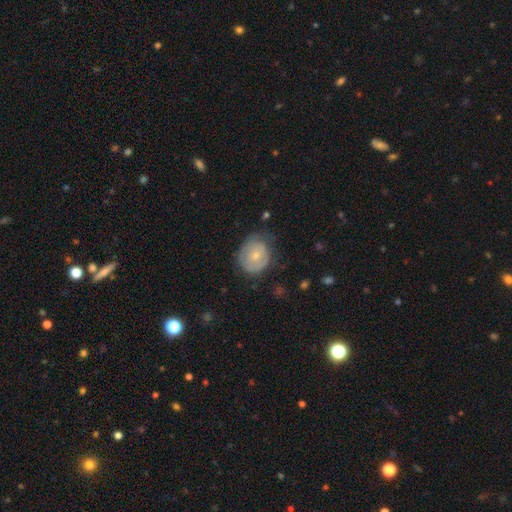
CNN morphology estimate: smooth-or-featured: smooth: 54% | featured or disk: 40% | star or artifact: 7%
  how-rounded: round: 65% | in between: 34% | cigar-shaped: 1%
  merging: none: 56% | minor disturbance: 31% | major disturbance: 12% | merger: 2%